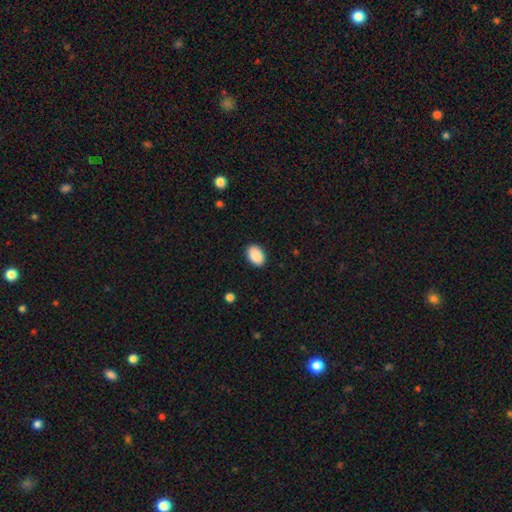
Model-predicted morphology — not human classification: A smooth galaxy with no disk features (91%) that is in between round and cigar-shaped (86%).

Vote fractions:
- Smooth or featured? smooth: 91% / star or artifact: 7% / featured or disk: 3%
- How rounded? in between: 86% / round: 13% / cigar-shaped: 1%
- Merging? none: 89% / minor disturbance: 8% / major disturbance: 2% / merger: 1%